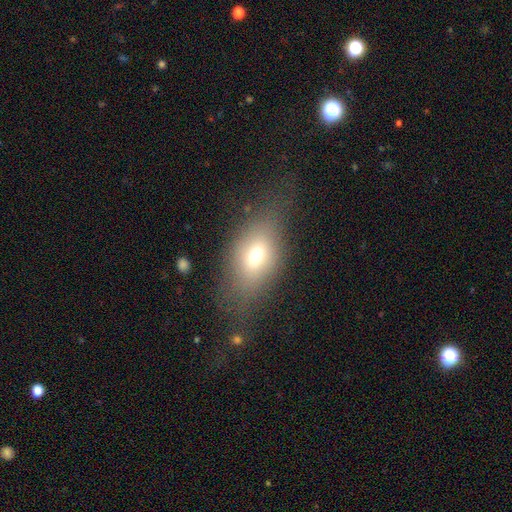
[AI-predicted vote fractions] The model was most divided on "smooth or featured": smooth: 64%, featured or disk: 23%, star or artifact: 13%. More confident: how rounded — in between (77%); merging — none (62%).